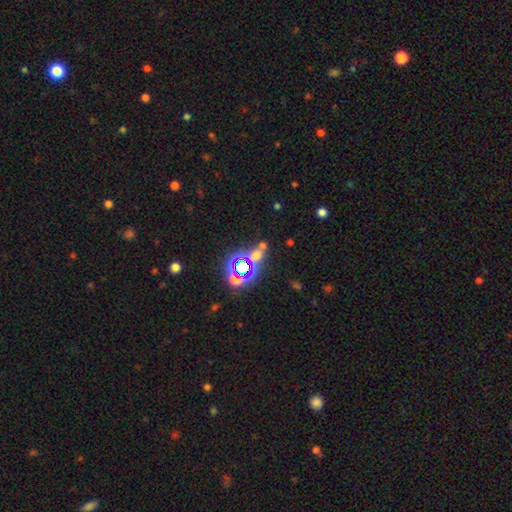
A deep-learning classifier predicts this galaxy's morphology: star or artifact 50%, smooth 36%, featured or disk 14%.